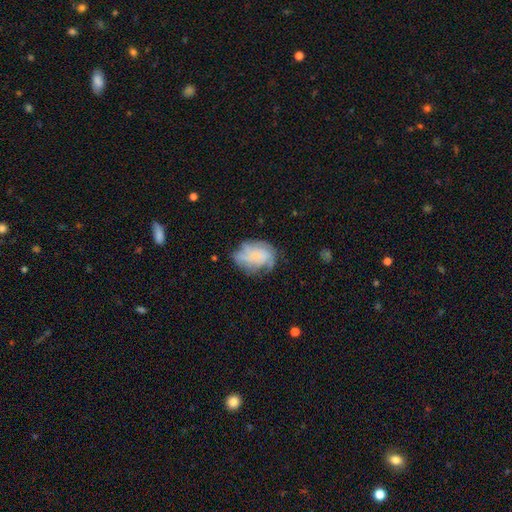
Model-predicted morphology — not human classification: Smooth or featured? featured or disk (56%)
Edge-on disk? no (97%)
Bar? no (75%)
Spiral arms? yes (81%)
Bulge size? small (49%)
Merging? none (57%)